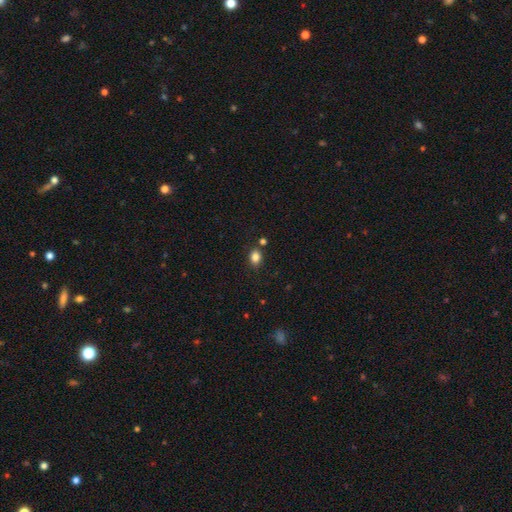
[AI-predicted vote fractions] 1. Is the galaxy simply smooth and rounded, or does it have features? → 84% smooth, 11% star or artifact, 5% featured or disk.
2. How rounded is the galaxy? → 65% in between, 34% round, 1% cigar-shaped.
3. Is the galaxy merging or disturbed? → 77% none, 13% minor disturbance, 7% merger, 3% major disturbance.